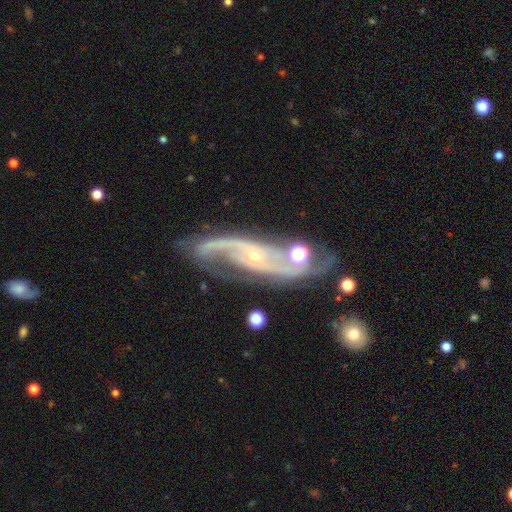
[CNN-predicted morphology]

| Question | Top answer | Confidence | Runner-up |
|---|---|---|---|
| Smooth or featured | featured or disk | 89% | star or artifact (6%) |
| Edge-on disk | no | 90% | yes (10%) |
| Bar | no | 58% | weak (27%) |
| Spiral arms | yes | 97% | no (3%) |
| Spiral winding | medium | 49% | loose (27%) |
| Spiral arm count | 2 | 76% | can't tell (8%) |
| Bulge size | small | 75% | moderate (21%) |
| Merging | none | 57% | minor disturbance (19%) |